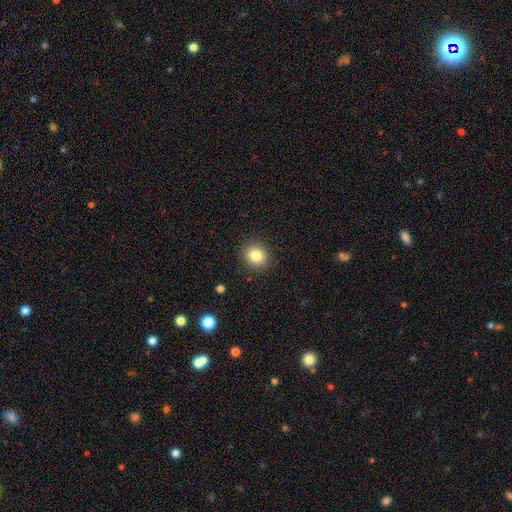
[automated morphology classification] The model was most divided on "how rounded": round: 81%, in between: 18%, cigar-shaped: 1%. More confident: merging — none (90%); smooth or featured — smooth (83%).